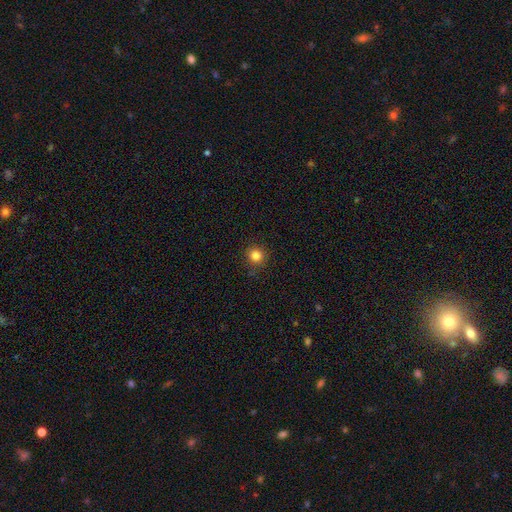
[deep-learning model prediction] A smooth galaxy with no disk features (83%) that is round (93%). Merging: none (89%).